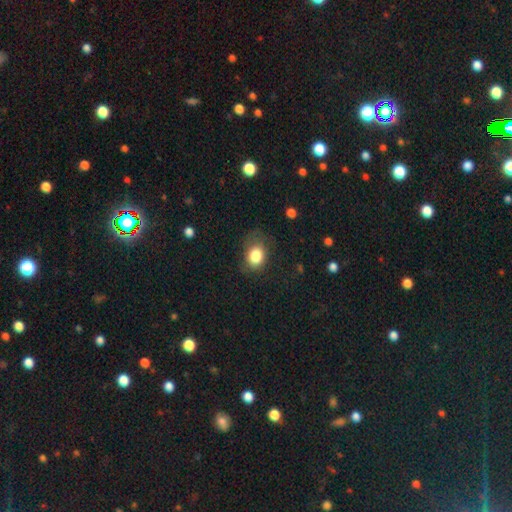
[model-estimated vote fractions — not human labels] smooth_or_featured: smooth (p=0.82) [alt: featured or disk p=0.09]
how_rounded: in between (p=0.56) [alt: round p=0.43]
merging: none (p=0.61) [alt: minor disturbance p=0.25]